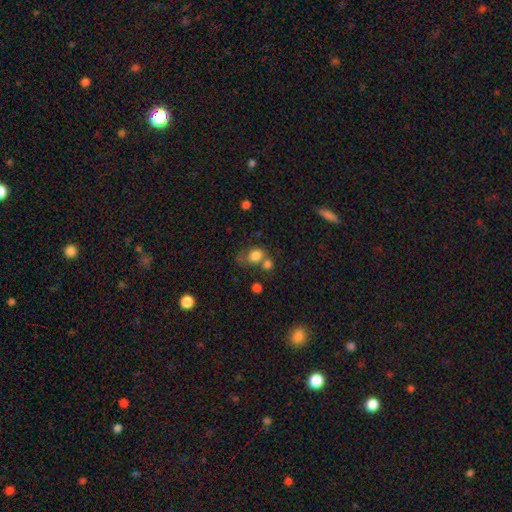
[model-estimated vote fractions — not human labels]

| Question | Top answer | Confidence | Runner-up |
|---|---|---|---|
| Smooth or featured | smooth | 79% | star or artifact (11%) |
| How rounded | in between | 53% | round (45%) |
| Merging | none | 38% | merger (34%) |